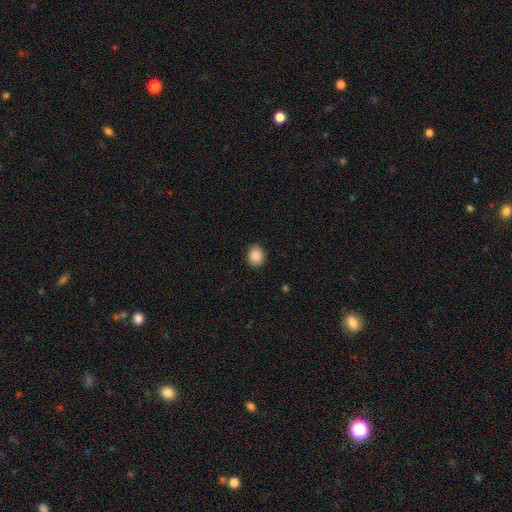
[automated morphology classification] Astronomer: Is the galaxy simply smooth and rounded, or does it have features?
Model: smooth — 89%.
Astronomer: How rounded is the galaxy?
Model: round — 62% (runner-up: in between, 38%).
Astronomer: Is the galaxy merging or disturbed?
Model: none — 87%.